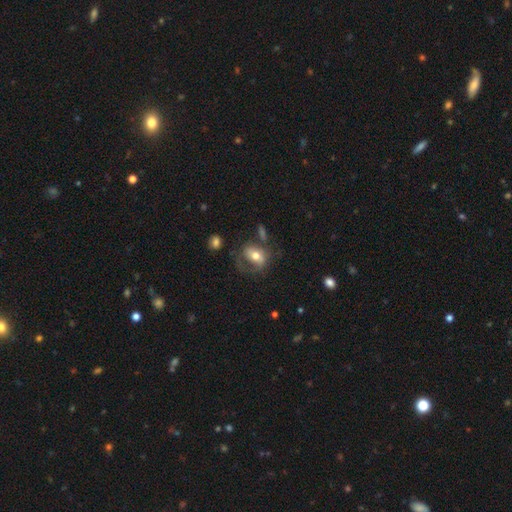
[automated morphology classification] Smooth or featured: smooth — 54% (featured or disk — 38%)
How rounded: in between — 69% (round — 29%)
Merging: none — 44% (major disturbance — 26%)